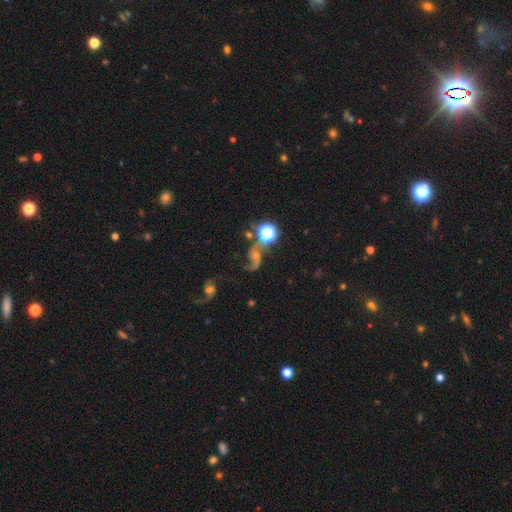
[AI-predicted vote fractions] A featured or disk galaxy (57%) with no bar (65%), spiral arms (90%) and a moderate central bulge (46%).

Vote fractions:
- Smooth or featured? featured or disk: 57% / star or artifact: 25% / smooth: 18%
- Edge-on disk? no: 95% / yes: 5%
- Bar? no: 65% / weak: 27% / strong: 8%
- Spiral arms? yes: 90% / no: 10%
- Bulge size? moderate: 46% / small: 35% / large: 9% / none: 7% / dominant: 4%
- Merging? none: 55% / merger: 16% / major disturbance: 15% / minor disturbance: 15%